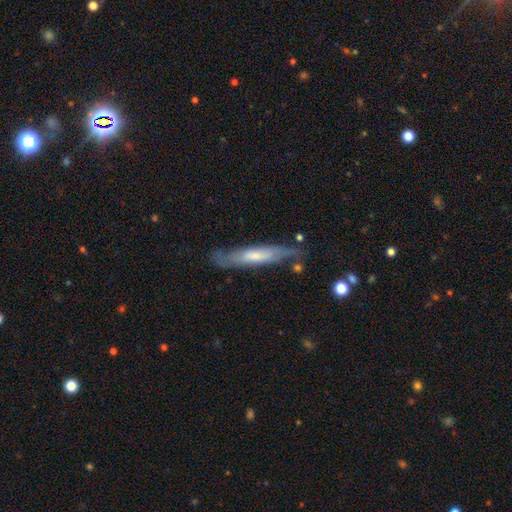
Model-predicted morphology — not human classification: This appears to be a featured or disk galaxy (48%). Merging: none (71%).